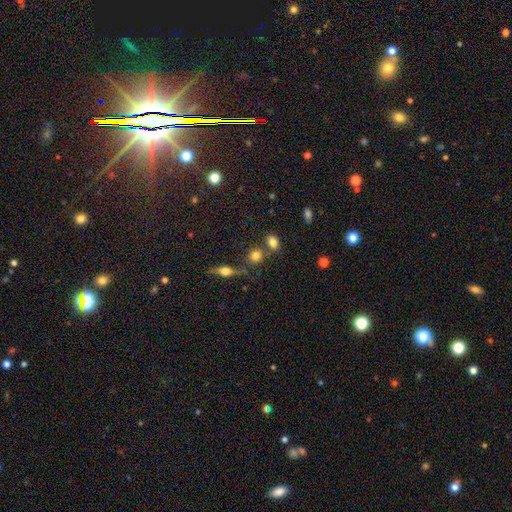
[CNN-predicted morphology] Smooth or featured? smooth (80%)
How rounded? round (62%)
Merging? none (64%)